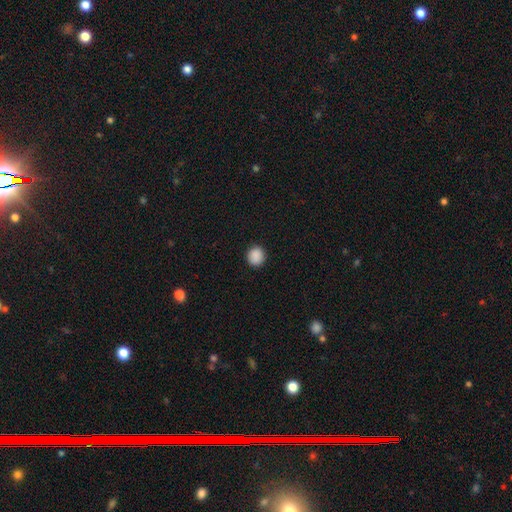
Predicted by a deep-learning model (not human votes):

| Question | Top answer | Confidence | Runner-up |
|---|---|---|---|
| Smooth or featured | smooth | 89% | star or artifact (9%) |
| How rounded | round | 86% | in between (14%) |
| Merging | none | 91% | minor disturbance (6%) |